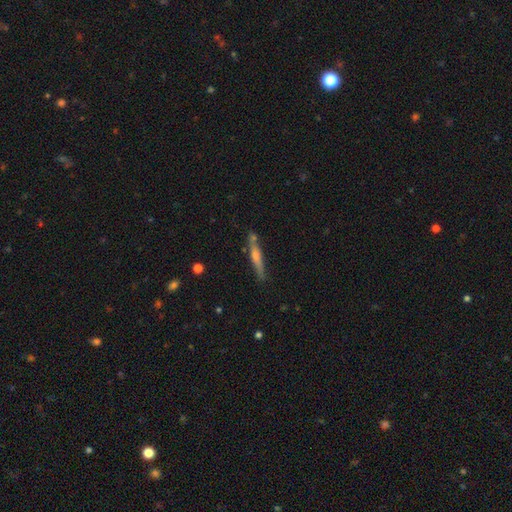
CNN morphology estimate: Overall: featured or disk (51%; smooth 42%). Edge-on disk: yes (94%). Merging: none (77%).